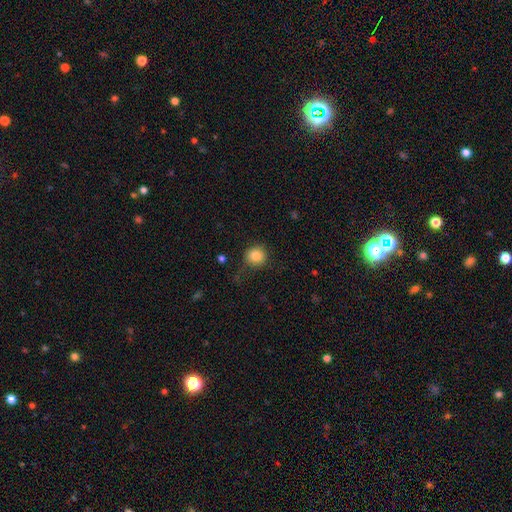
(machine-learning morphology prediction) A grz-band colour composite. It shows a smooth galaxy with no disk features (83%) that is round (90%). Merging: none (76%).